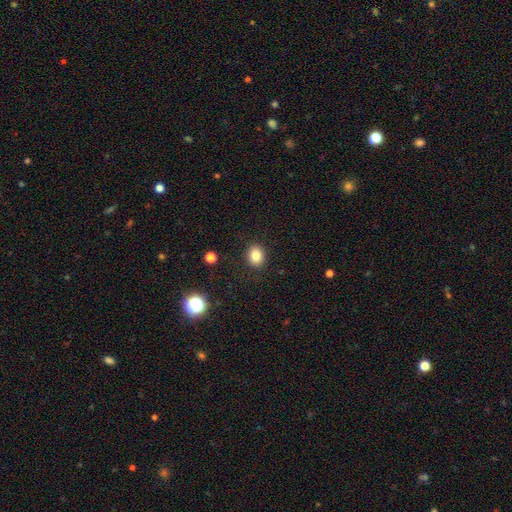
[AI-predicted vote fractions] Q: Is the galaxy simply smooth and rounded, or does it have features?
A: smooth — 83%.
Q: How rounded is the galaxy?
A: round — 62%.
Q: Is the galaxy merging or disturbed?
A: none — 89%.